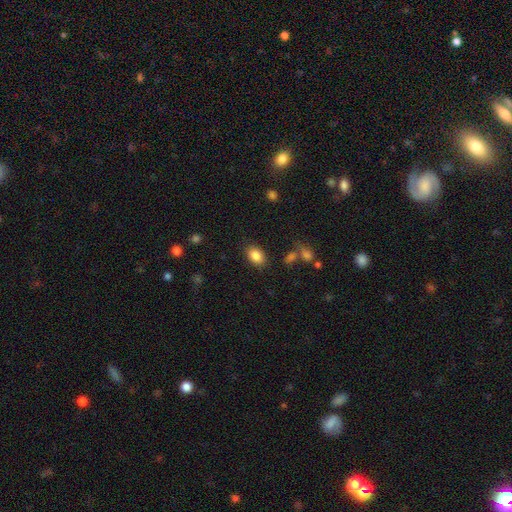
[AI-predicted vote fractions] This appears to be a smooth galaxy with no disk features (85%) that is in between round and cigar-shaped (80%). Merging: none (83%).